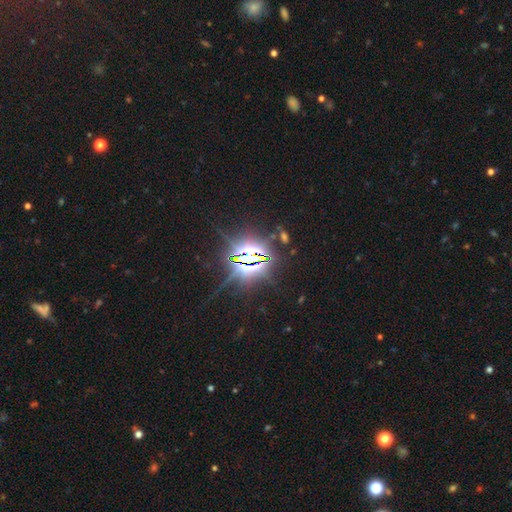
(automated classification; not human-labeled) star or artifact 86%, featured or disk 8%, smooth 6%.